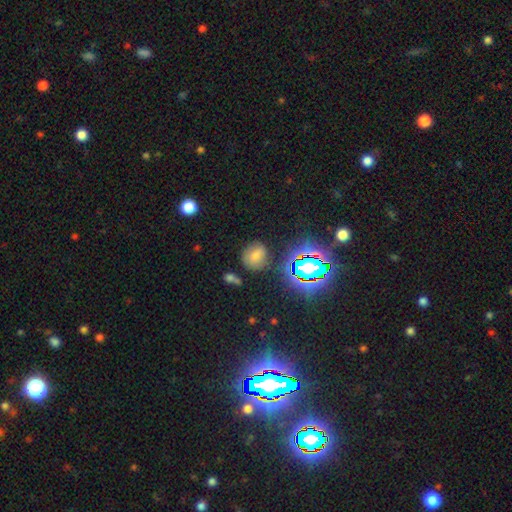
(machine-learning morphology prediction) Smooth or featured? Predicted: smooth (p=0.59). How rounded? Predicted: round (p=0.70). Merging? Predicted: none (p=0.76).